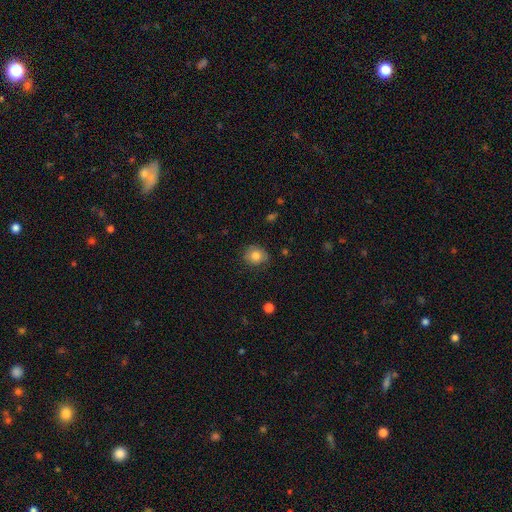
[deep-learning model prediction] smooth_or_featured: smooth (p=0.80) [alt: star or artifact p=0.10]
how_rounded: round (p=0.77) [alt: in between p=0.22]
merging: none (p=0.77) [alt: minor disturbance p=0.18]